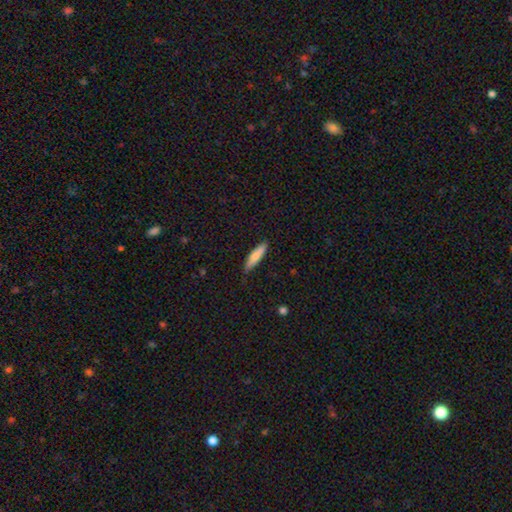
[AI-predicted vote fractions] A smooth galaxy with no disk features (76%) that is cigar-shaped (75%).

Vote fractions:
- Smooth or featured? smooth: 76% / featured or disk: 18% / star or artifact: 6%
- How rounded? cigar-shaped: 75% / in between: 24% / round: 2%
- Merging? none: 84% / minor disturbance: 13% / major disturbance: 2% / merger: 1%